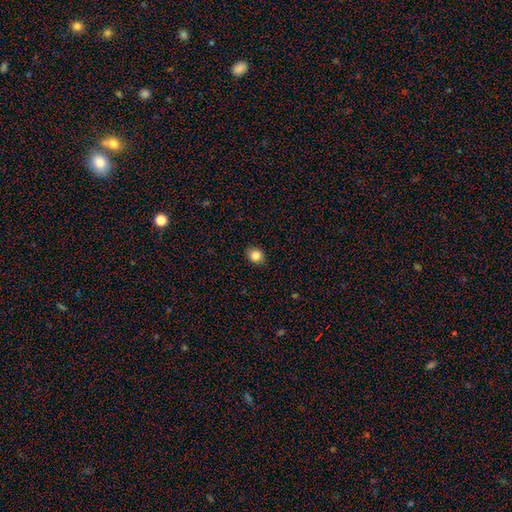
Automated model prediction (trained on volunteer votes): A smooth galaxy with no disk features (84%) that is round (70%). Merging: none (89%).